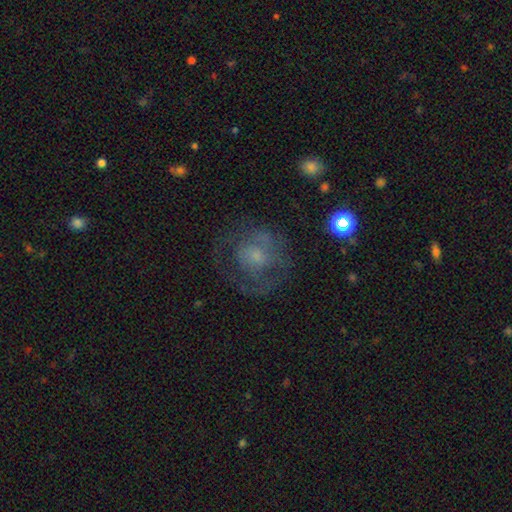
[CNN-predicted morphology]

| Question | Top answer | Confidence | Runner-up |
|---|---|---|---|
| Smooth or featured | featured or disk | 51% | smooth (37%) |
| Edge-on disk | no | 97% | yes (3%) |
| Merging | none | 57% | major disturbance (24%) |